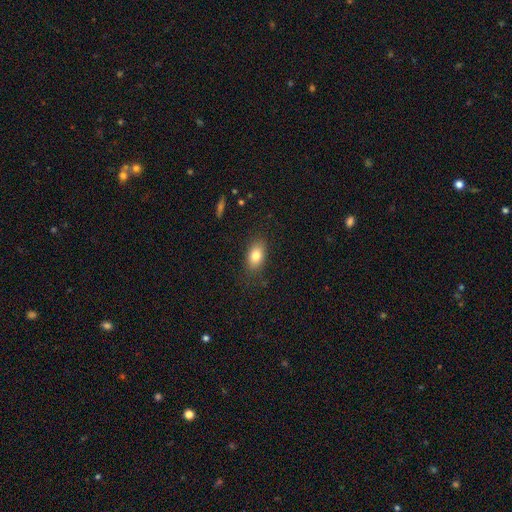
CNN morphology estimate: A smooth galaxy with no disk features (81%) that is in between round and cigar-shaped (87%).

Vote fractions:
- Smooth or featured? smooth: 81% / featured or disk: 11% / star or artifact: 8%
- How rounded? in between: 87% / round: 10% / cigar-shaped: 3%
- Merging? none: 83% / minor disturbance: 12% / major disturbance: 4% / merger: 1%